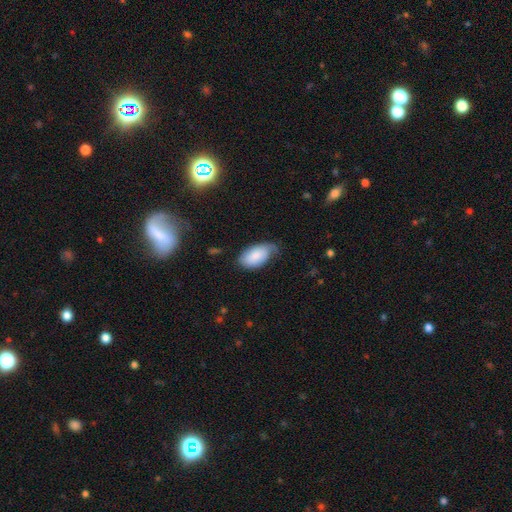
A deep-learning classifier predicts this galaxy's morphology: smooth_or_featured: smooth (p=0.80) [alt: featured or disk p=0.14]
how_rounded: in between (p=0.95) [alt: round p=0.03]
merging: none (p=0.47) [alt: minor disturbance p=0.39]